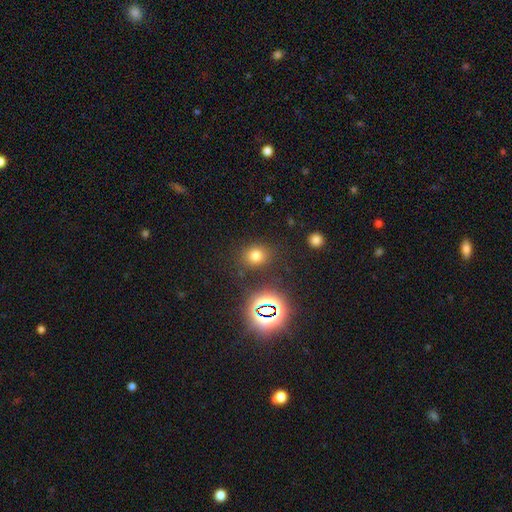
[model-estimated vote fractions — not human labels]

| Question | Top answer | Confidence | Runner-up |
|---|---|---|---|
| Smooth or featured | smooth | 71% | star or artifact (22%) |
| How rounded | round | 72% | in between (27%) |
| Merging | none | 83% | minor disturbance (10%) |